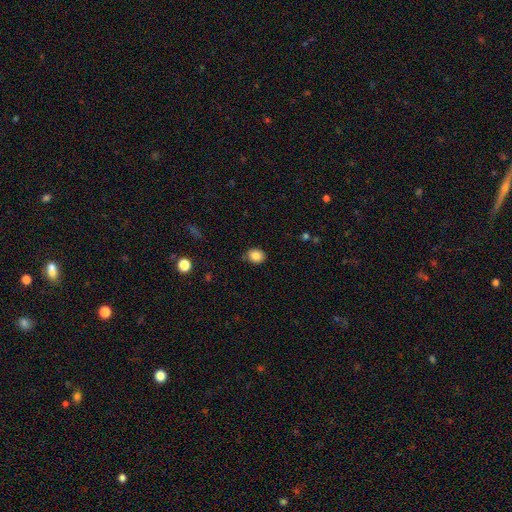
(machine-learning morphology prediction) The model was most divided on "how rounded": round: 57%, in between: 42%, cigar-shaped: 1%. More confident: smooth or featured — smooth (86%); merging — none (83%).